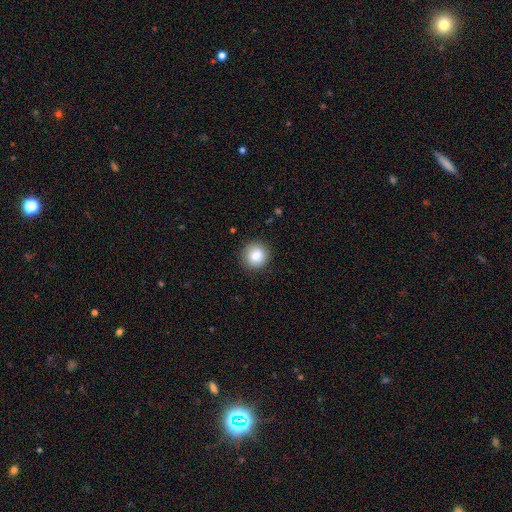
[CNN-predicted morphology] Q: Smooth or featured?
A: smooth (85%); runner-up: star or artifact (8%)
Q: How rounded?
A: round (92%); runner-up: in between (7%)
Q: Merging?
A: none (88%); runner-up: minor disturbance (9%)